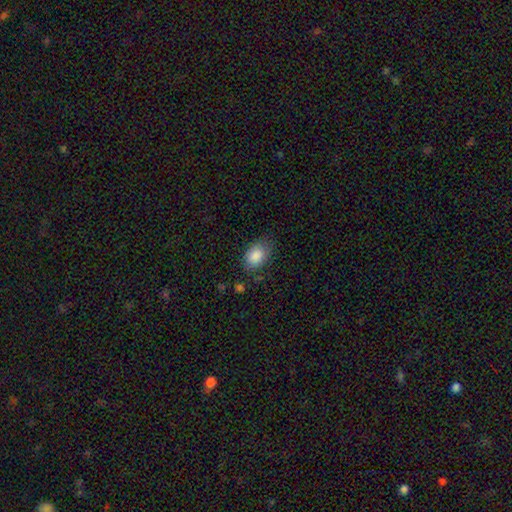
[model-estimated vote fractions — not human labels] A smooth galaxy with no disk features (86%) that is in between round and cigar-shaped (83%). Merging: none (69%).